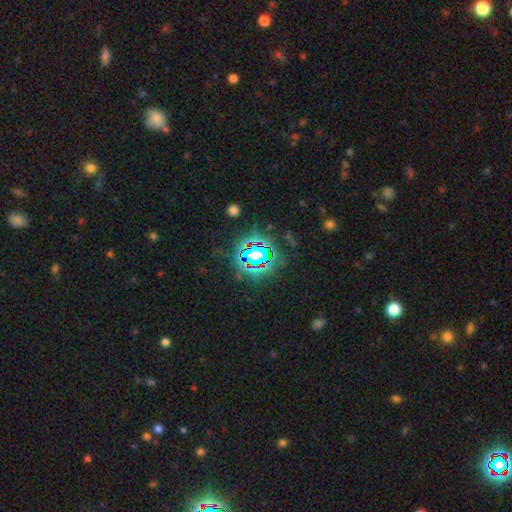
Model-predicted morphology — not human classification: star or artifact 71%, smooth 16%, featured or disk 13%.